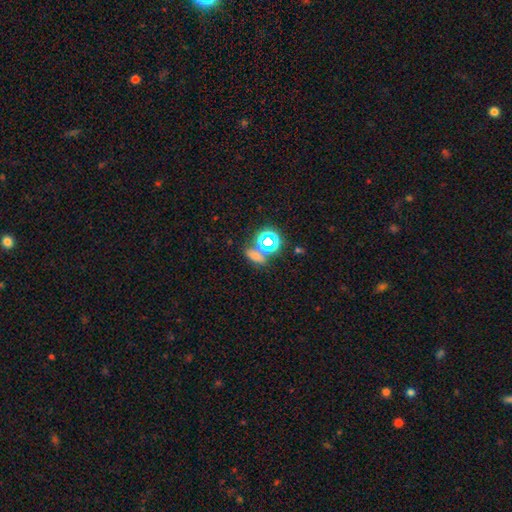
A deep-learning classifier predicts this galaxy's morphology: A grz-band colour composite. It shows a smooth galaxy with no disk features (51%) that is in between round and cigar-shaped (54%). Merging: none (63%).